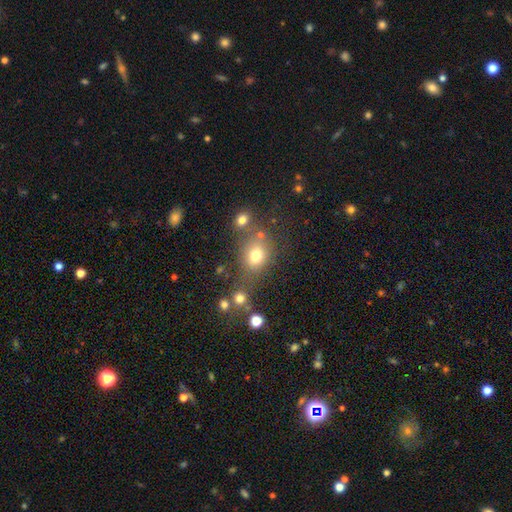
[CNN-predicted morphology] A smooth galaxy with no disk features (73%) that is round (55%). Merging: none (60%).